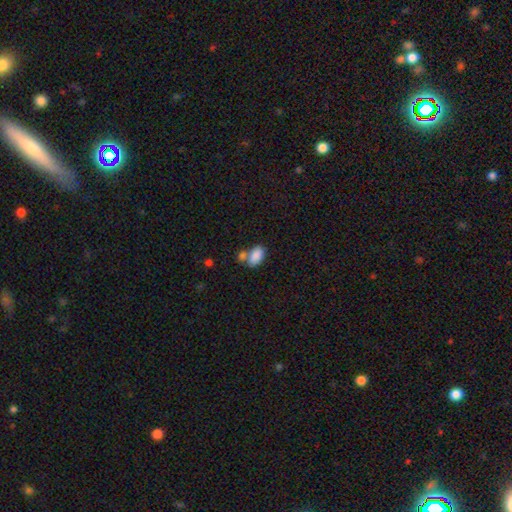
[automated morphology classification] A smooth galaxy with no disk features (87%) that is in between round and cigar-shaped (93%).

Vote fractions:
- Smooth or featured? smooth: 87% / star or artifact: 7% / featured or disk: 6%
- How rounded? in between: 93% / round: 6% / cigar-shaped: 2%
- Merging? none: 46% / merger: 38% / minor disturbance: 12% / major disturbance: 4%